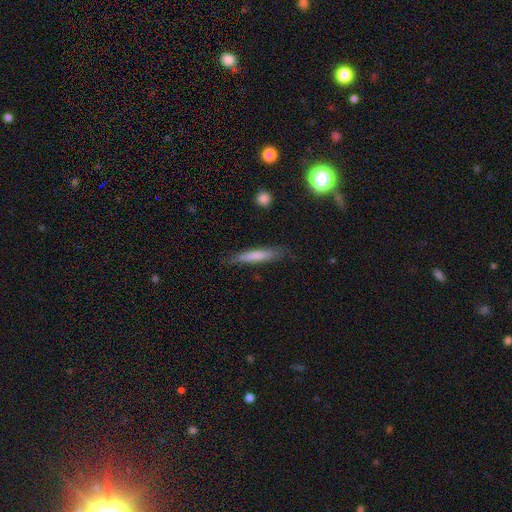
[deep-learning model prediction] The model was most divided on "smooth or featured": smooth: 72%, featured or disk: 22%, star or artifact: 7%. More confident: how rounded — cigar-shaped (89%); merging — none (80%).